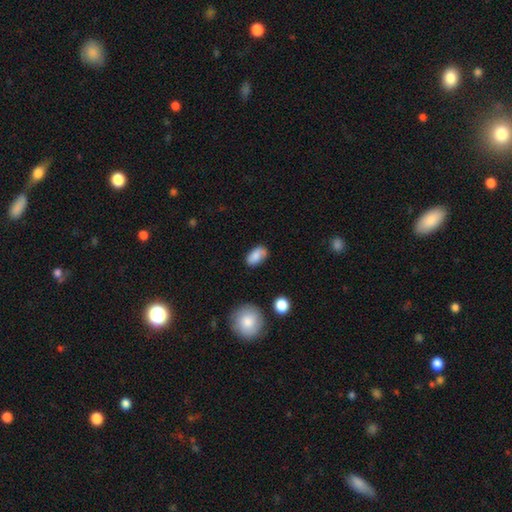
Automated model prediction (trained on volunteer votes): smooth 79%, featured or disk 12%, star or artifact 8%. Down the decision tree: how rounded — in between (91%); merging — none (76%).